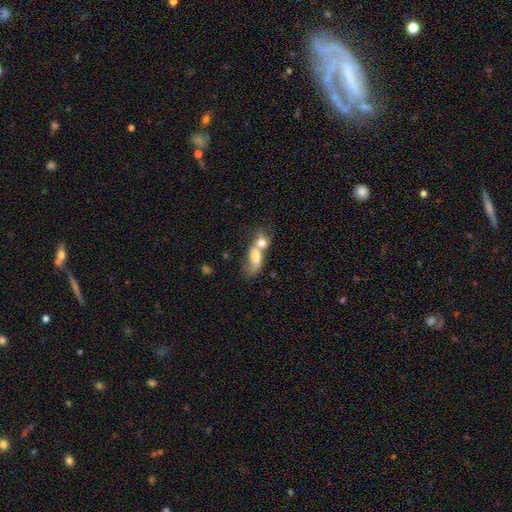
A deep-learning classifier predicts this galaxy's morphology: smooth-or-featured: smooth: 63% | featured or disk: 28% | star or artifact: 9%
  how-rounded: in between: 69% | round: 19% | cigar-shaped: 12%
  merging: merger: 73% | none: 11% | major disturbance: 9% | minor disturbance: 6%